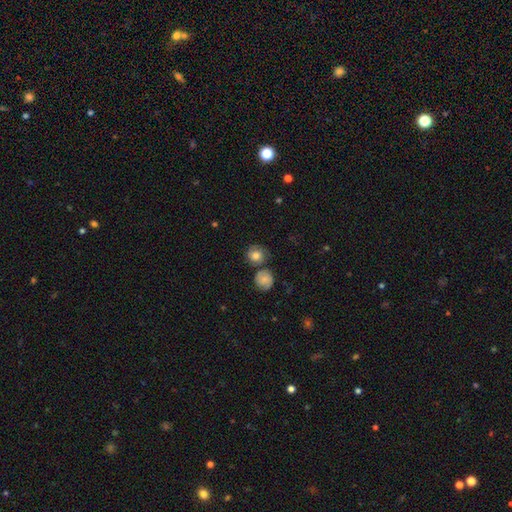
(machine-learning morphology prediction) Smooth or featured? smooth (60%)
How rounded? round (83%)
Merging? none (59%)